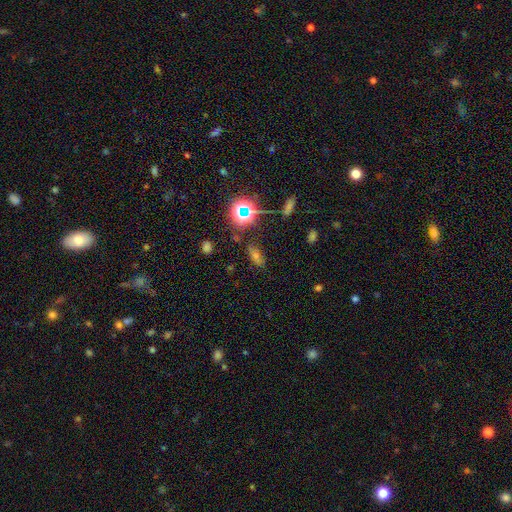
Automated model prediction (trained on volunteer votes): smooth_or_featured: smooth (p=0.43) [tied with: star or artifact p=0.43]
merging: none (p=0.79) [alt: minor disturbance p=0.12]